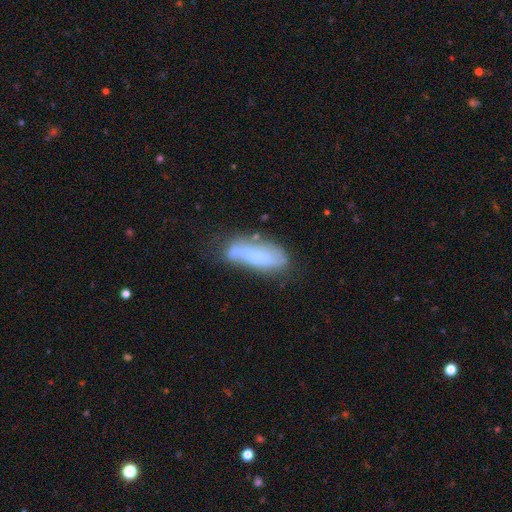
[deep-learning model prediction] smooth_or_featured: smooth (p=0.51) [alt: featured or disk p=0.41]
how_rounded: in between (p=0.57) [alt: cigar-shaped p=0.41]
merging: none (p=0.49) [alt: minor disturbance p=0.28]